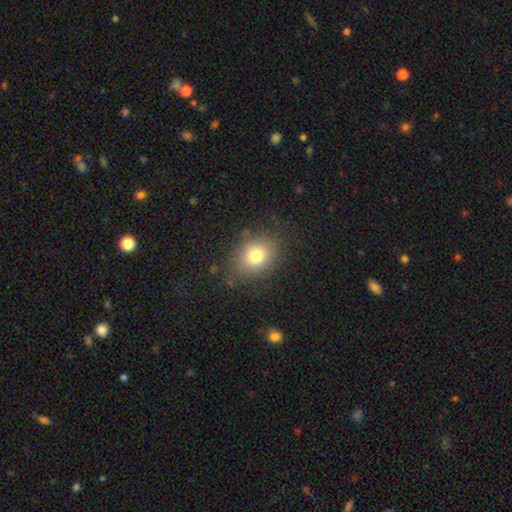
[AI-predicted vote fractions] A smooth galaxy with no disk features (77%) that is in between round and cigar-shaped (50%). Merging: none (80%).